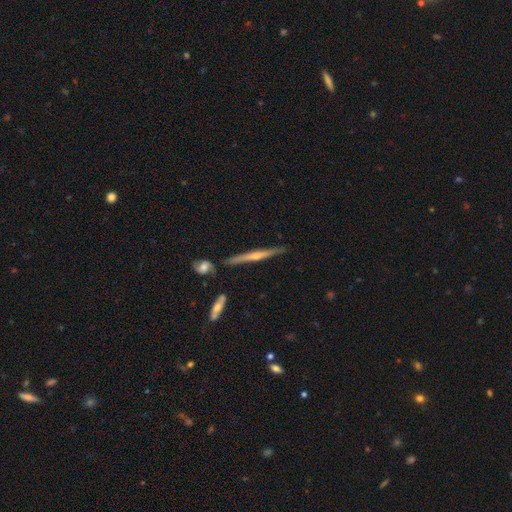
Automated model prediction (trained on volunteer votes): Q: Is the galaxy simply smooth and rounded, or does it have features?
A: featured or disk — 74%.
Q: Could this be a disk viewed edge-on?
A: yes — 97%.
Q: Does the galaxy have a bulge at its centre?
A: rounded — 76%.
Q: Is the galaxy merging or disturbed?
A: none — 82%.